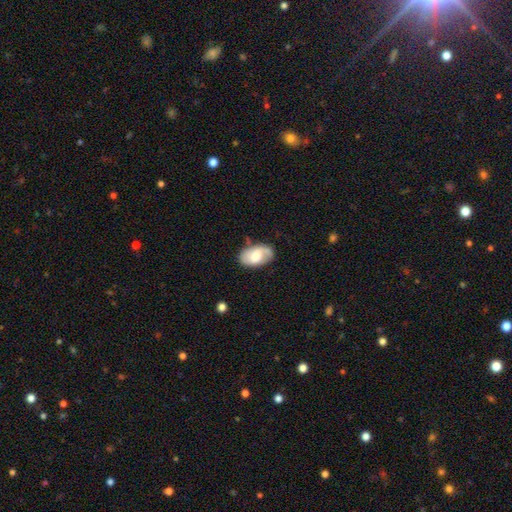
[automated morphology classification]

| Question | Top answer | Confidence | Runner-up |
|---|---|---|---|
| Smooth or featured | smooth | 50% | featured or disk (43%) |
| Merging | none | 69% | minor disturbance (23%) |